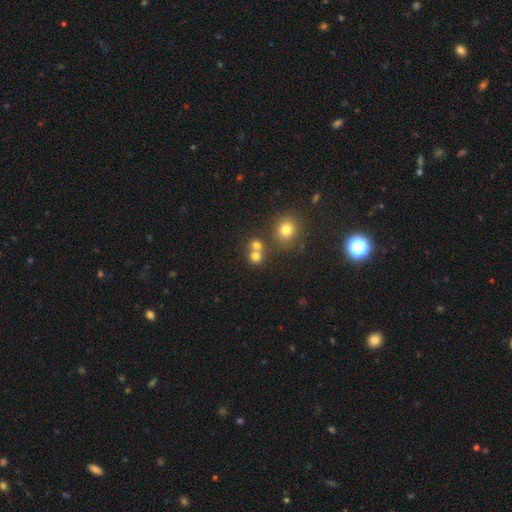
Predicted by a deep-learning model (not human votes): Smooth or featured? smooth (74%)
How rounded? round (85%)
Merging? none (52%)